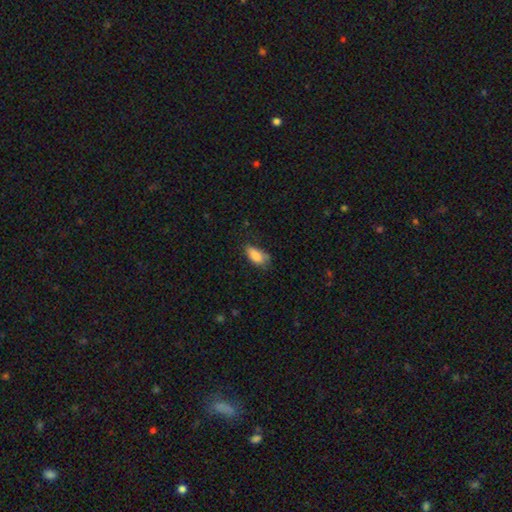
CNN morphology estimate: This is clearly a smooth galaxy (84%). How rounded: clearly in between (89%). Merging: possibly none (57%).